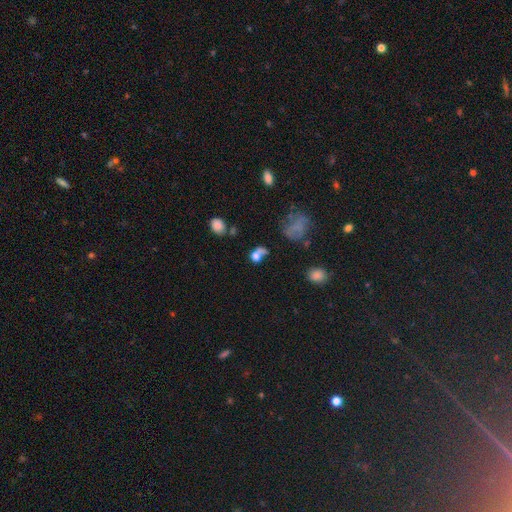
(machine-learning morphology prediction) This appears to be a smooth galaxy with no disk features (68%) that is round (57%). Merging: merger (36%).